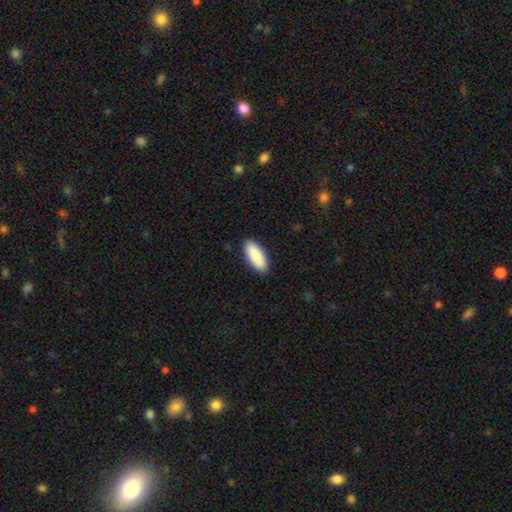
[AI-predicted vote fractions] This is clearly a smooth galaxy (91%). How rounded: clearly in between (80%). Merging: clearly none (90%).